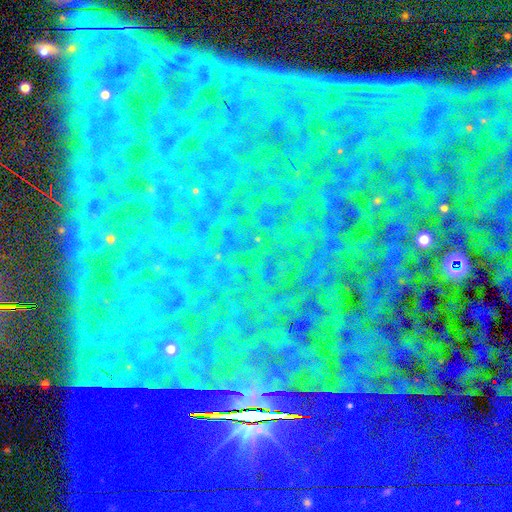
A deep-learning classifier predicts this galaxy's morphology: A star or artifact, not a galaxy (86%).